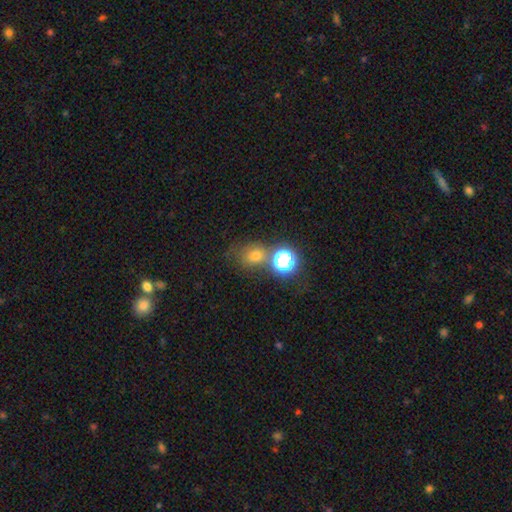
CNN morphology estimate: Smooth or featured: smooth — 67% (star or artifact — 23%)
How rounded: round — 66% (in between — 33%)
Merging: none — 57% (merger — 20%)